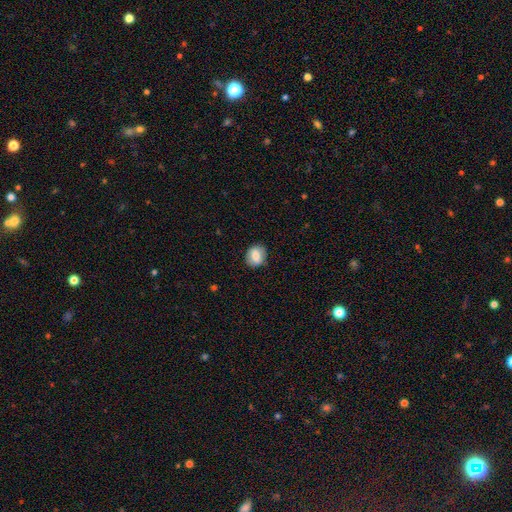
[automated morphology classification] type=smooth (73%); roundness=round (54%); merging=none (83%).